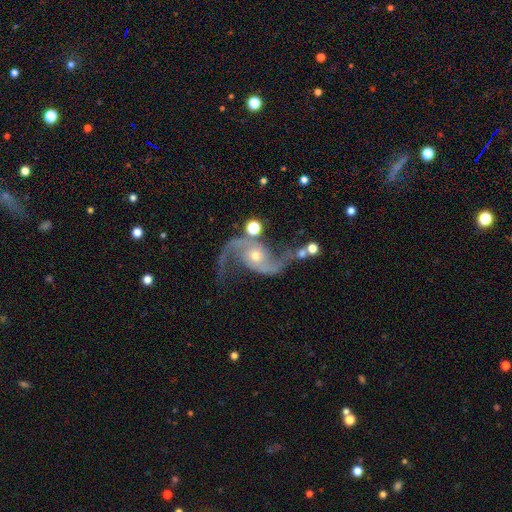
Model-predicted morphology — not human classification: Smooth or featured? Predicted: featured or disk (p=0.91). Edge-on disk? Predicted: no (p=0.98). Bar? Predicted: no (p=0.64). Spiral arms? Predicted: yes (p=0.98). Spiral winding? Predicted: loose (p=0.69). Spiral arm count? Predicted: 2 (p=0.94). Bulge size? Predicted: moderate (p=0.52). Merging? Predicted: none (p=0.64).